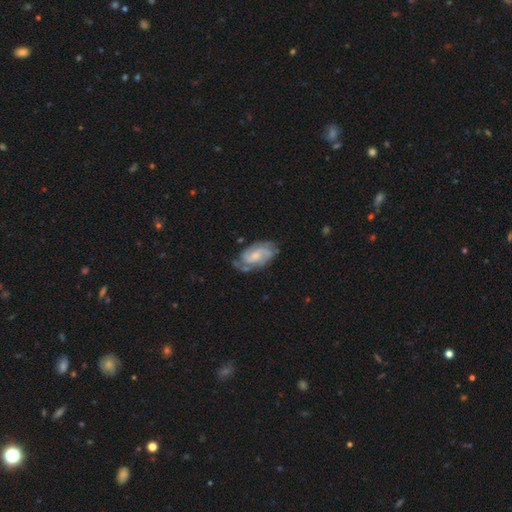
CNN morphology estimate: smooth_or_featured: featured or disk (p=0.83) [alt: smooth p=0.12]
disk_edge_on: no (p=0.97) [alt: yes p=0.03]
bar: no (p=0.51) [alt: weak p=0.41]
has_spiral_arms: yes (p=0.96) [alt: no p=0.04]
spiral_winding: tight (p=0.50) [alt: medium p=0.41]
spiral_arm_count: 2 (p=0.60) [alt: 3 p=0.17]
bulge_size: small (p=0.51) [alt: moderate p=0.37]
merging: none (p=0.69) [alt: minor disturbance p=0.22]